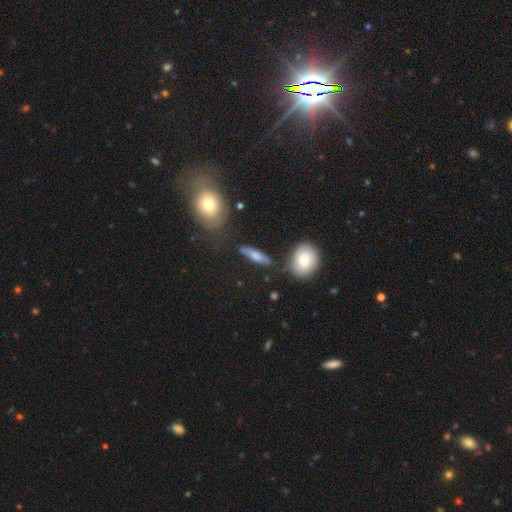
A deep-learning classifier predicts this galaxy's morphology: smooth 62%, featured or disk 29%, star or artifact 9%. Down the decision tree: how rounded — cigar-shaped (61%); merging — none (70%).